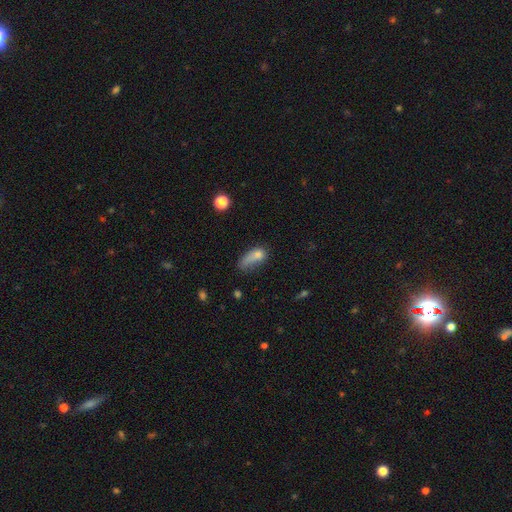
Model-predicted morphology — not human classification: Smooth or featured: smooth — 72% (featured or disk — 17%)
How rounded: in between — 74% (cigar-shaped — 15%)
Merging: major disturbance — 39% (minor disturbance — 27%)